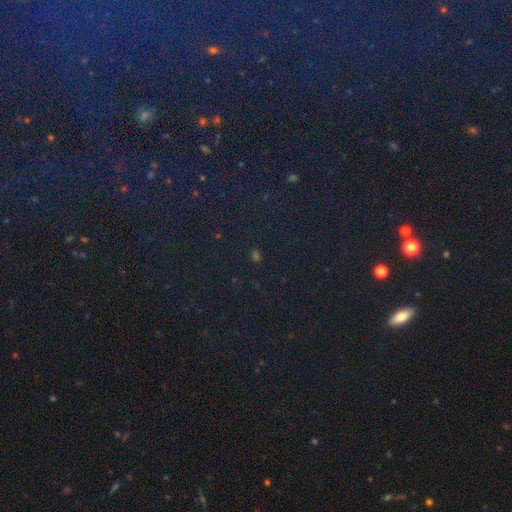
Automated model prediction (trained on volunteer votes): A star or artifact, not a galaxy (66%).

Vote fractions:
- Smooth or featured? star or artifact: 66% / smooth: 26% / featured or disk: 8%